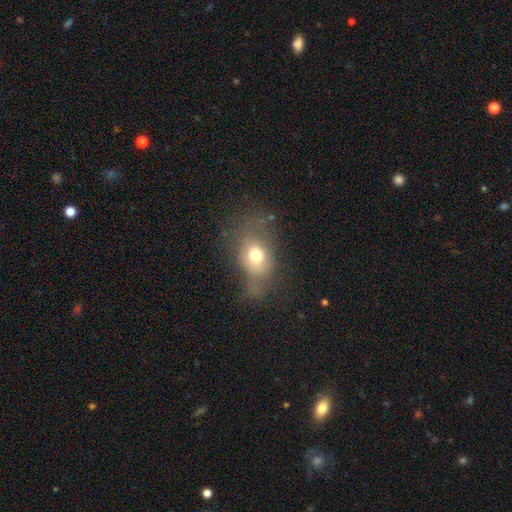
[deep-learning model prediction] Smooth or featured?
  - smooth: 67% *
  - featured or disk: 20%
  - star or artifact: 13%
How rounded?
  - in between: 64% *
  - round: 34%
  - cigar-shaped: 2%
Merging?
  - none: 46% *
  - minor disturbance: 27%
  - major disturbance: 24%
  - merger: 4%